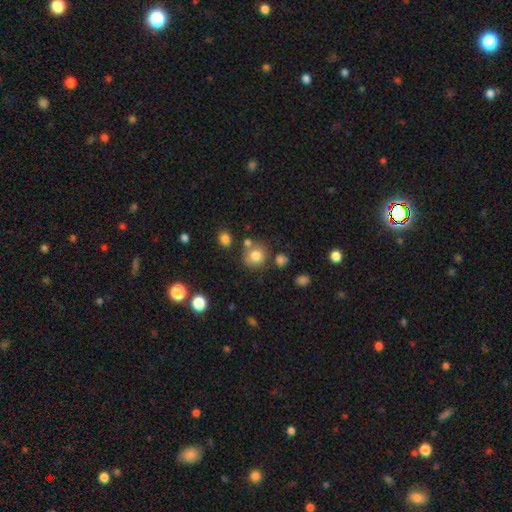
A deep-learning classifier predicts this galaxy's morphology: Smooth or featured: smooth — 79% (star or artifact — 12%)
How rounded: round — 84% (in between — 15%)
Merging: none — 69% (minor disturbance — 14%)